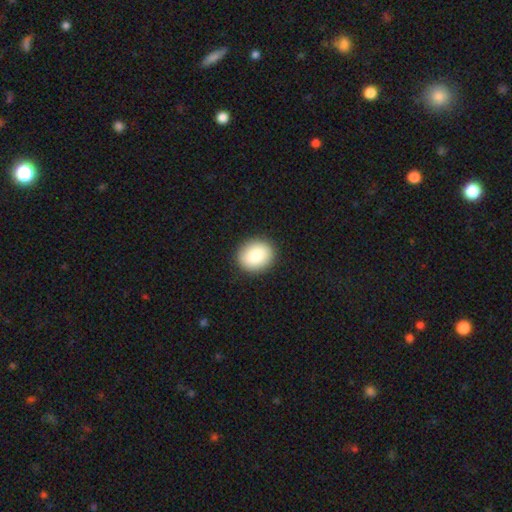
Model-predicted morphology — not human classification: Smooth or featured? smooth (85%)
How rounded? round (67%)
Merging? none (91%)